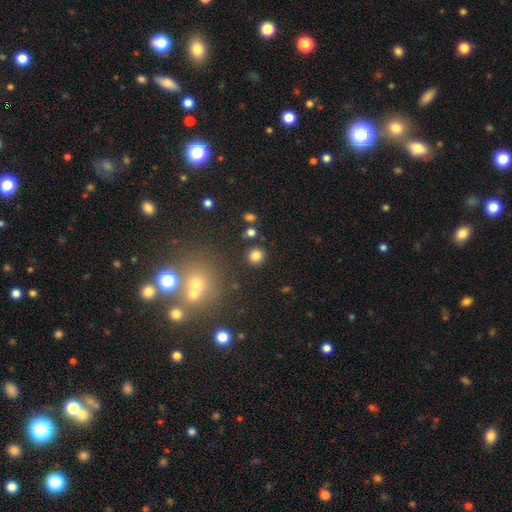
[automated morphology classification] This is clearly a smooth galaxy (82%). How rounded: clearly round (91%). Merging: clearly none (87%).